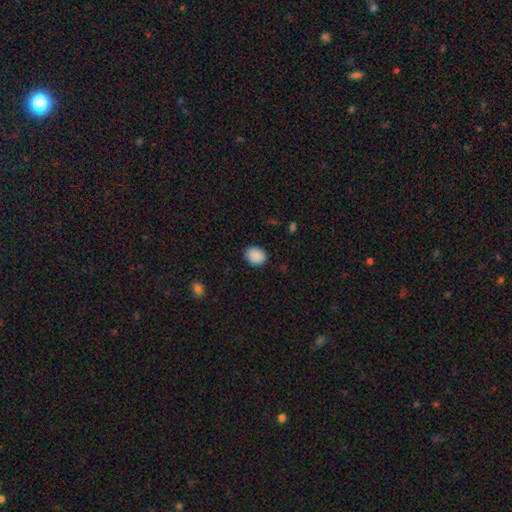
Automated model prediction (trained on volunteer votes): Smooth or featured?
  - smooth: 90% *
  - star or artifact: 8%
  - featured or disk: 3%
How rounded?
  - round: 51% *
  - in between: 48%
  - cigar-shaped: 1%
Merging?
  - none: 87% *
  - minor disturbance: 10%
  - major disturbance: 3%
  - merger: 1%